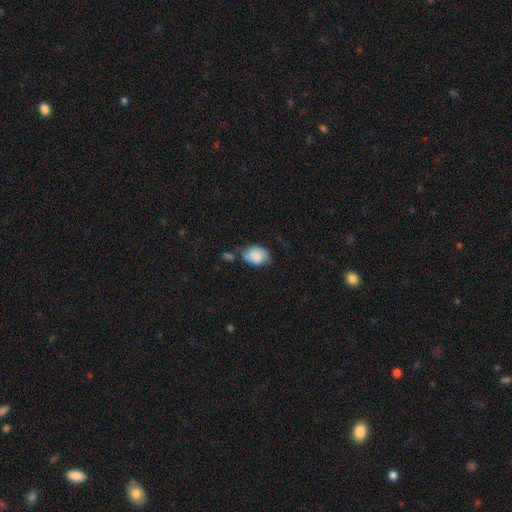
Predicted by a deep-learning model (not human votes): Q: Smooth or featured?
A: smooth (83%); runner-up: featured or disk (10%)
Q: How rounded?
A: in between (79%); runner-up: round (20%)
Q: Merging?
A: none (48%); runner-up: minor disturbance (31%)